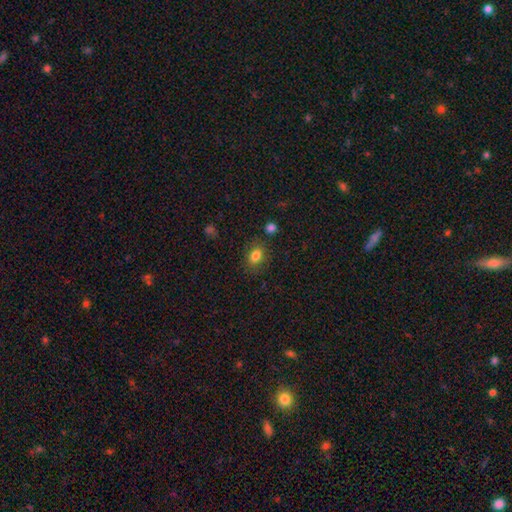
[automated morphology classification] smooth 82%, star or artifact 11%, featured or disk 8%. Down the decision tree: how rounded — in between (64%); merging — none (80%).